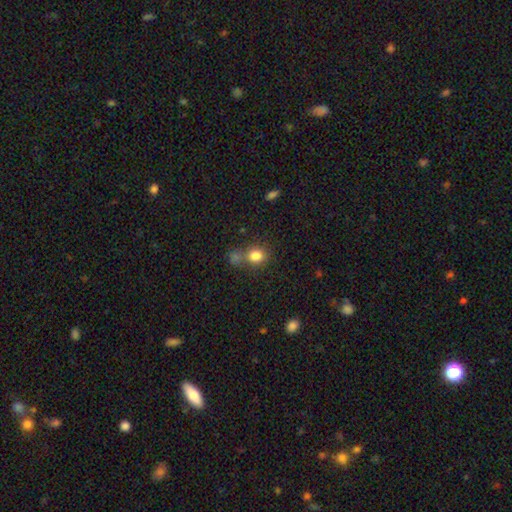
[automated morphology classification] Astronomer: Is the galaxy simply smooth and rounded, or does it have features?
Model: smooth — 82%.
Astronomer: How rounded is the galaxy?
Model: round — 74%.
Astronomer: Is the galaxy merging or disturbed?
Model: none — 58%.